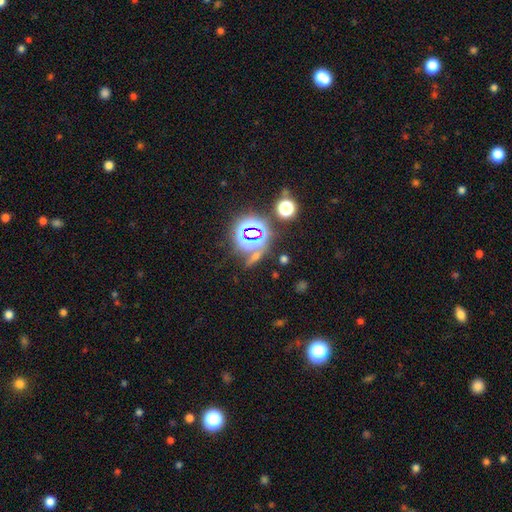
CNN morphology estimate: type=star or artifact (60%).